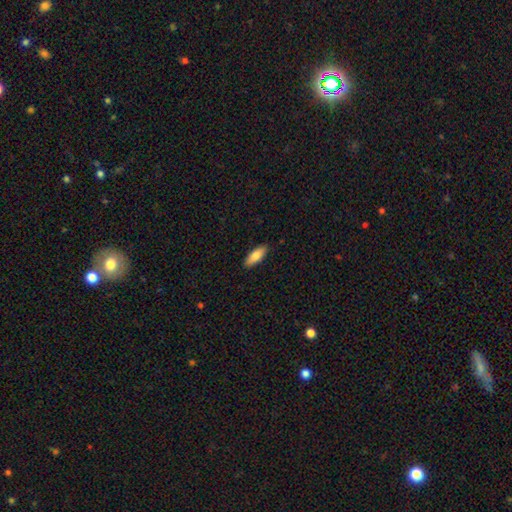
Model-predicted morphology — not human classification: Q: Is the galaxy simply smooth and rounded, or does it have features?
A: smooth — 85%.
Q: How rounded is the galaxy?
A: in between — 74%.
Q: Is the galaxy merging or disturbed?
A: none — 89%.